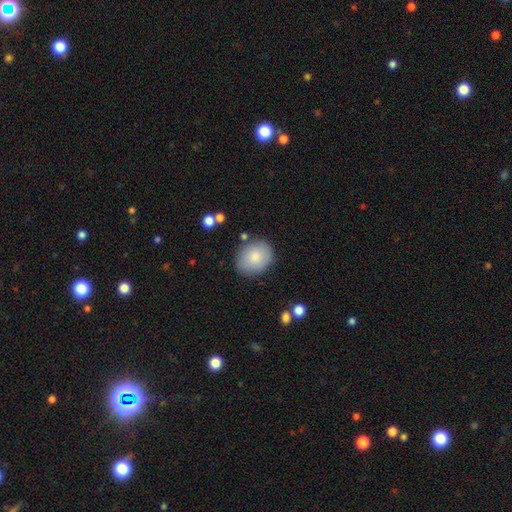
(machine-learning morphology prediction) This is clearly a smooth galaxy (83%). How rounded: possibly round (53%). Merging: clearly none (80%).